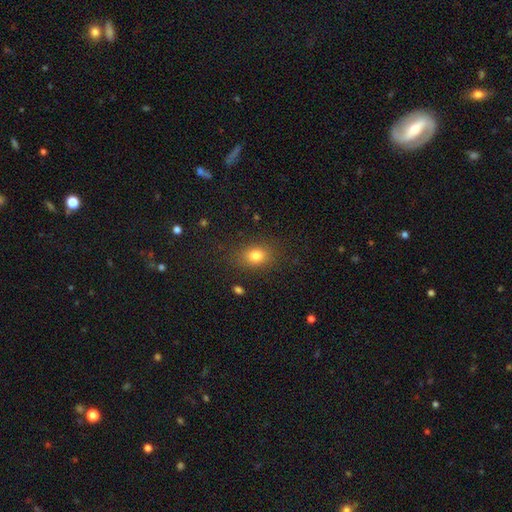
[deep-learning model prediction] A smooth galaxy with no disk features (80%) that is in between round and cigar-shaped (54%).

Vote fractions:
- Smooth or featured? smooth: 80% / star or artifact: 12% / featured or disk: 8%
- How rounded? in between: 54% / round: 45% / cigar-shaped: 1%
- Merging? none: 81% / minor disturbance: 13% / major disturbance: 5% / merger: 2%